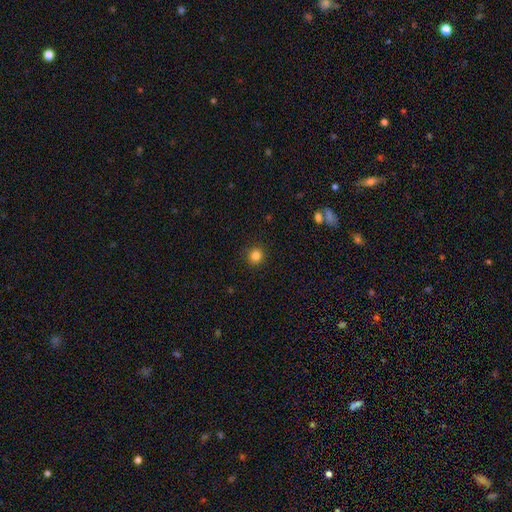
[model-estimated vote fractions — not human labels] Q: Smooth or featured?
A: smooth (84%); runner-up: star or artifact (12%)
Q: How rounded?
A: round (92%); runner-up: in between (7%)
Q: Merging?
A: none (91%); runner-up: minor disturbance (6%)